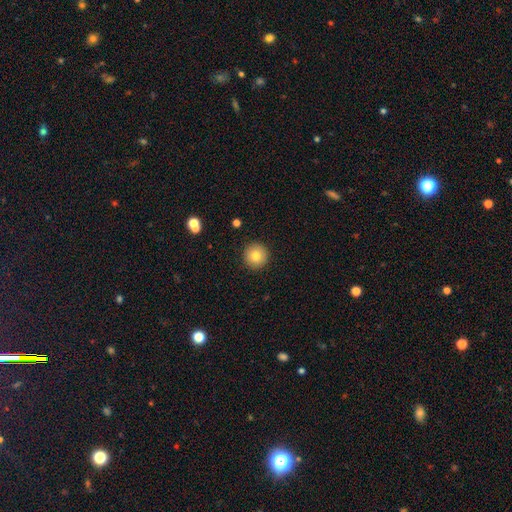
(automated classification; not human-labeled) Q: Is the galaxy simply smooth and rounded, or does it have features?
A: smooth — 80%.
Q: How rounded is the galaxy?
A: round — 96%.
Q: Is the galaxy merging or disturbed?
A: none — 92%.